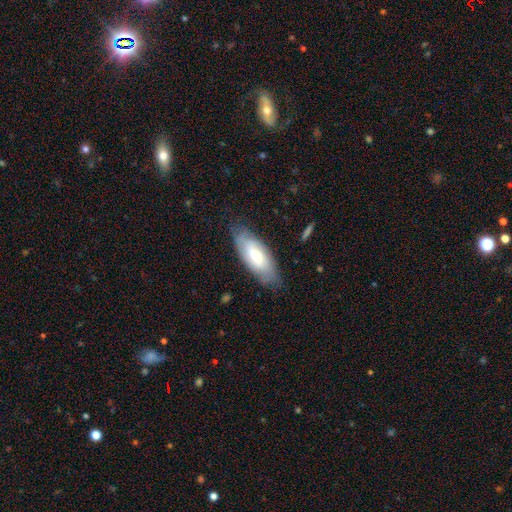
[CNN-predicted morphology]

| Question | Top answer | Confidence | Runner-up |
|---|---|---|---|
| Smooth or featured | smooth | 54% | featured or disk (40%) |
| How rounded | in between | 79% | cigar-shaped (19%) |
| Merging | none | 74% | minor disturbance (21%) |